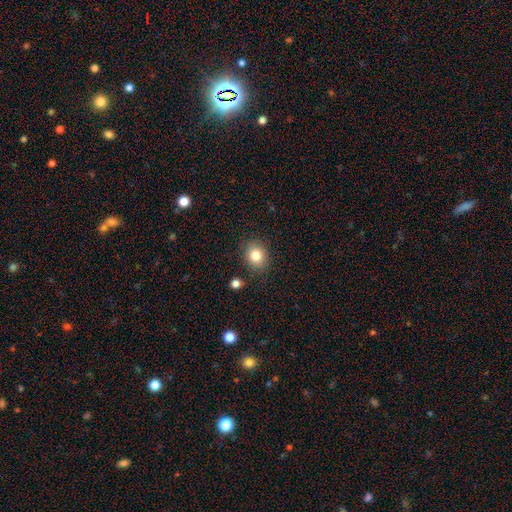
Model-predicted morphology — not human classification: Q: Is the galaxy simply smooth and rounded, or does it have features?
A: smooth — 82%.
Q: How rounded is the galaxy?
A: round — 63%.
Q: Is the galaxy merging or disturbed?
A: none — 85%.